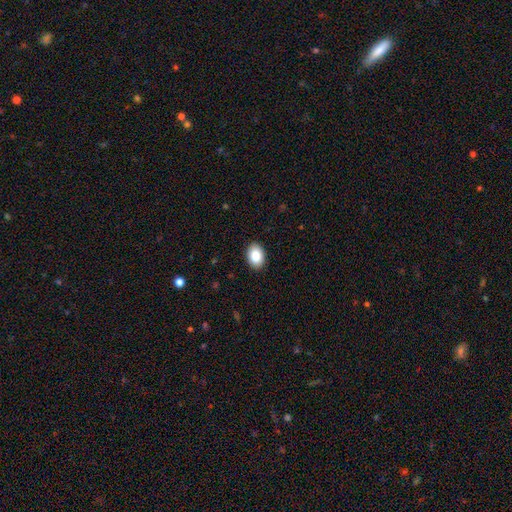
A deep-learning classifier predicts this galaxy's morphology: Smooth or featured: smooth — 88% (star or artifact — 7%)
How rounded: in between — 79% (round — 20%)
Merging: none — 90% (minor disturbance — 7%)